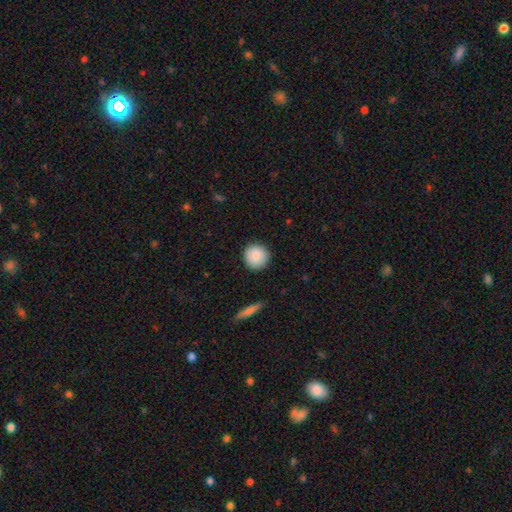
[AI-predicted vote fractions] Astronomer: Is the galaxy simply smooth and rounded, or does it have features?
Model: smooth — 88%.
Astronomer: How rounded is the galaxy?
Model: round — 94%.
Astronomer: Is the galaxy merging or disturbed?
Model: none — 90%.